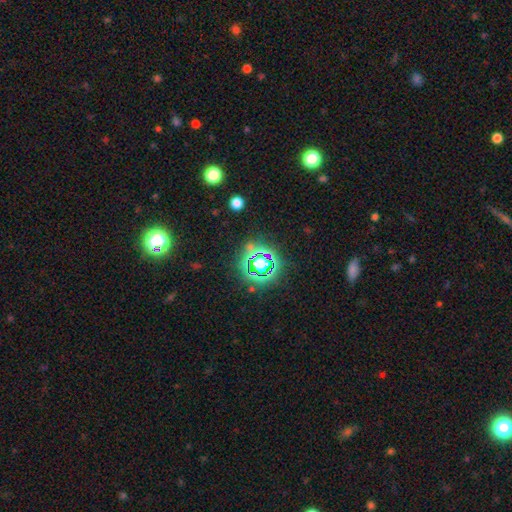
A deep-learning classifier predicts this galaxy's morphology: Smooth or featured?
  - star or artifact: 77% *
  - smooth: 15%
  - featured or disk: 8%